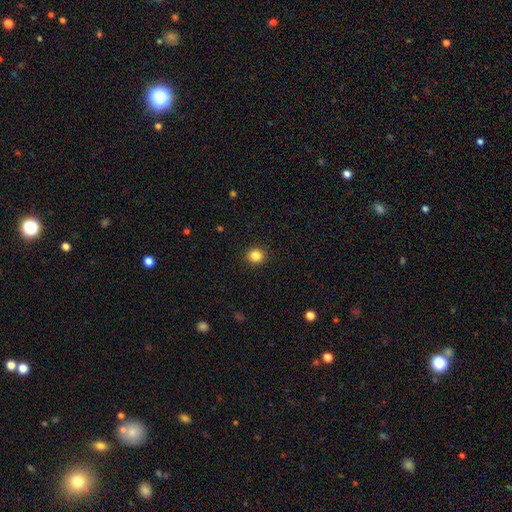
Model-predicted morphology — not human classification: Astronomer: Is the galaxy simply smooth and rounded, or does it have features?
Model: smooth — 85%.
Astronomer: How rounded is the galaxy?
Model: round — 85%.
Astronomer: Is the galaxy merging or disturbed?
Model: none — 92%.